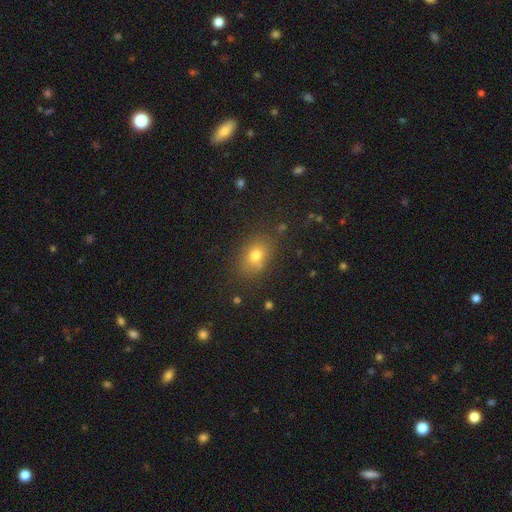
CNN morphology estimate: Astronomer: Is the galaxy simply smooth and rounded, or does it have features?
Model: smooth — 73%.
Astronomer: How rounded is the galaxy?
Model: in between — 69%.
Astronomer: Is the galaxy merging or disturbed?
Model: none — 79%.